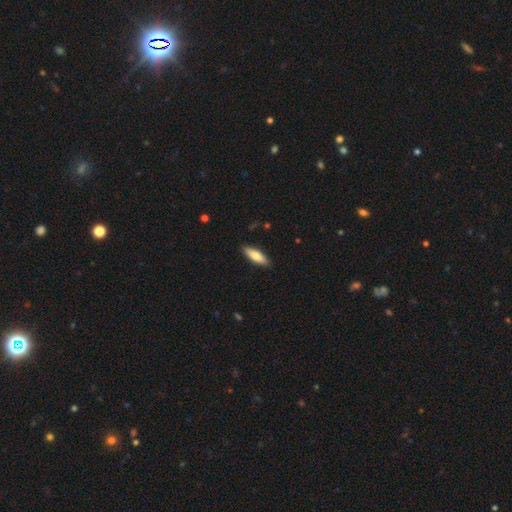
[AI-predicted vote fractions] smooth_or_featured: smooth (p=0.75) [alt: featured or disk p=0.19]
how_rounded: in between (p=0.50) [alt: cigar-shaped p=0.48]
merging: none (p=0.89) [alt: minor disturbance p=0.08]